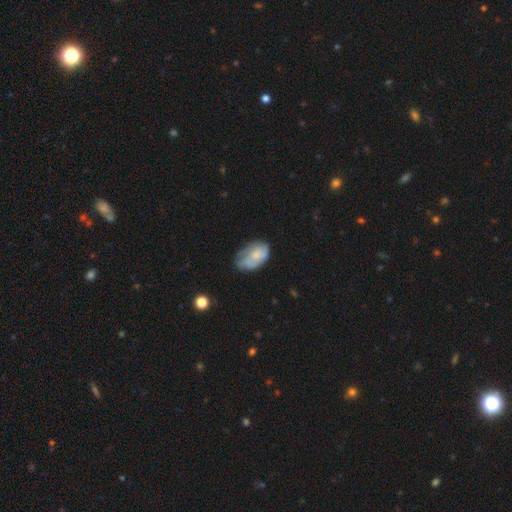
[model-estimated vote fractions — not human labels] Smooth or featured? Predicted: smooth (p=0.61). How rounded? Predicted: in between (p=0.90). Merging? Predicted: none (p=0.49).